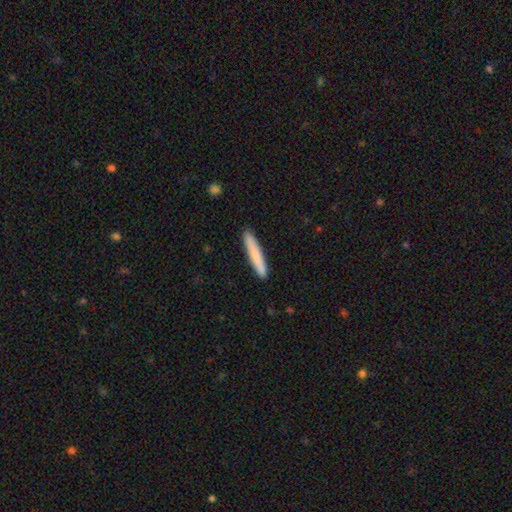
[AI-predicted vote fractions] Smooth or featured?
  - smooth: 79% *
  - featured or disk: 15%
  - star or artifact: 6%
How rounded?
  - cigar-shaped: 94% *
  - in between: 4%
  - round: 1%
Merging?
  - none: 90% *
  - minor disturbance: 7%
  - major disturbance: 1%
  - merger: 1%